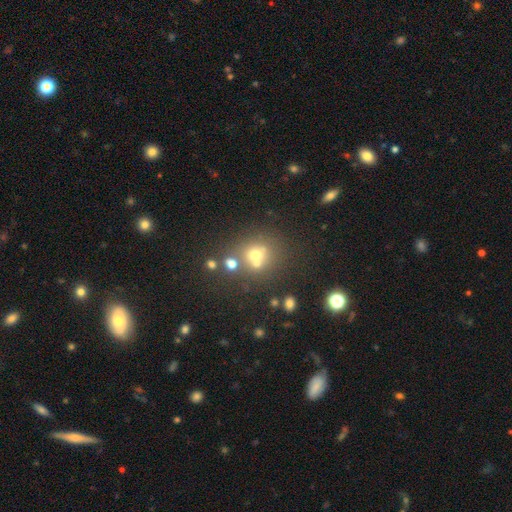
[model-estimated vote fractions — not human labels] A smooth galaxy with no disk features (60%) that is round (81%). Merging: none (53%).